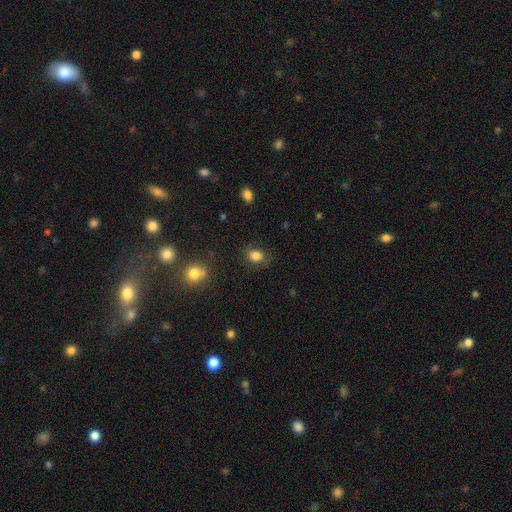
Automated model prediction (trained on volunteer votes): Smooth or featured? Predicted: smooth (p=0.83). How rounded? Predicted: in between (p=0.60). Merging? Predicted: none (p=0.77).